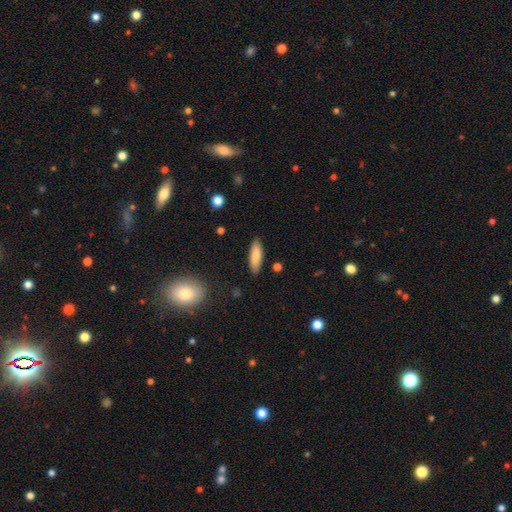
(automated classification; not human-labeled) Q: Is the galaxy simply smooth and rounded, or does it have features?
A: smooth — 83%.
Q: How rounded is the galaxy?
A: in between — 50%.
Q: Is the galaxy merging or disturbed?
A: none — 87%.